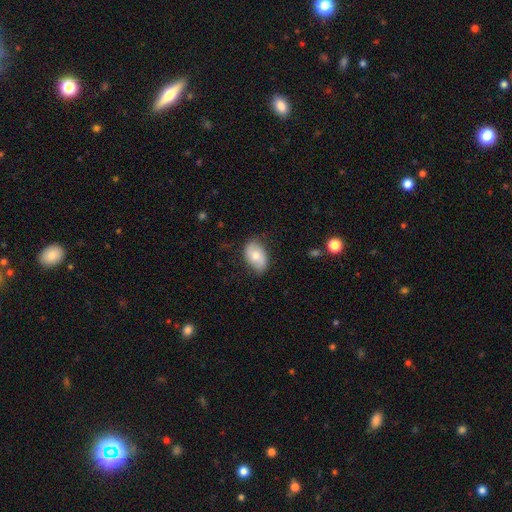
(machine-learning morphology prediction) Q: Smooth or featured?
A: smooth (61%); runner-up: featured or disk (33%)
Q: How rounded?
A: in between (88%); runner-up: round (10%)
Q: Merging?
A: none (76%); runner-up: minor disturbance (19%)